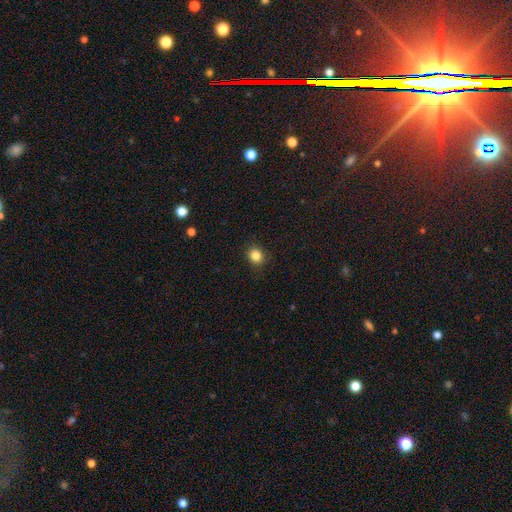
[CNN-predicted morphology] smooth-or-featured: smooth: 84% | star or artifact: 11% | featured or disk: 4%
  how-rounded: round: 74% | in between: 25% | cigar-shaped: 1%
  merging: none: 88% | minor disturbance: 9% | major disturbance: 2% | merger: 1%